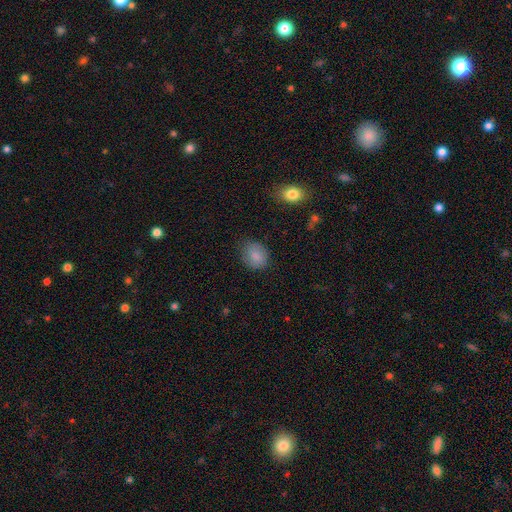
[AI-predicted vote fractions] Smooth or featured?
  - smooth: 84% *
  - star or artifact: 8%
  - featured or disk: 7%
How rounded?
  - round: 53% *
  - in between: 46%
  - cigar-shaped: 1%
Merging?
  - none: 74% *
  - minor disturbance: 20%
  - major disturbance: 5%
  - merger: 1%